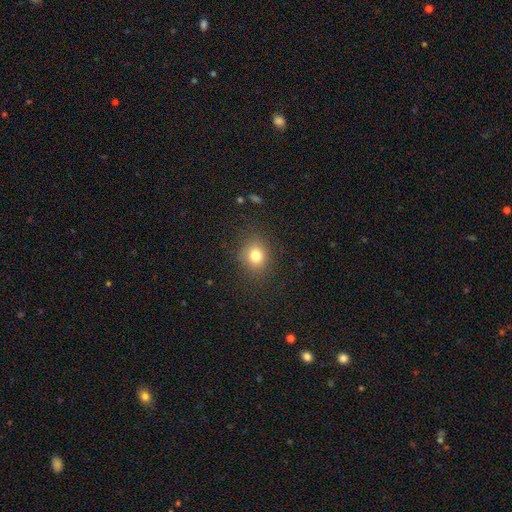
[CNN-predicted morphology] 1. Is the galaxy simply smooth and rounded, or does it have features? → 78% smooth, 14% star or artifact, 8% featured or disk.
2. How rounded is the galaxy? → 74% round, 25% in between, 1% cigar-shaped.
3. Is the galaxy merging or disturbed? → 85% none, 10% minor disturbance, 4% major disturbance, 1% merger.